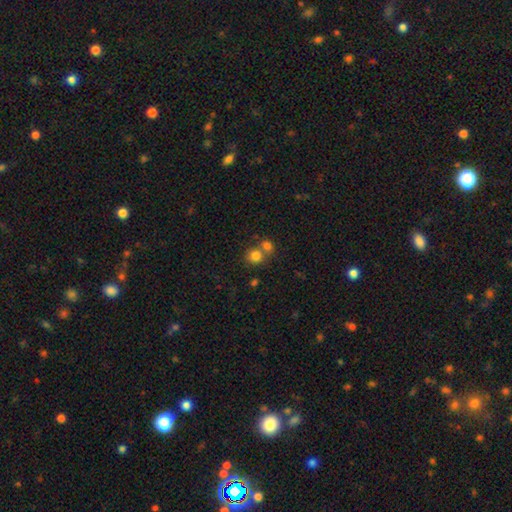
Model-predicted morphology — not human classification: smooth_or_featured: smooth (p=0.79) [alt: star or artifact p=0.12]
how_rounded: round (p=0.82) [alt: in between p=0.17]
merging: none (p=0.49) [alt: merger p=0.42]